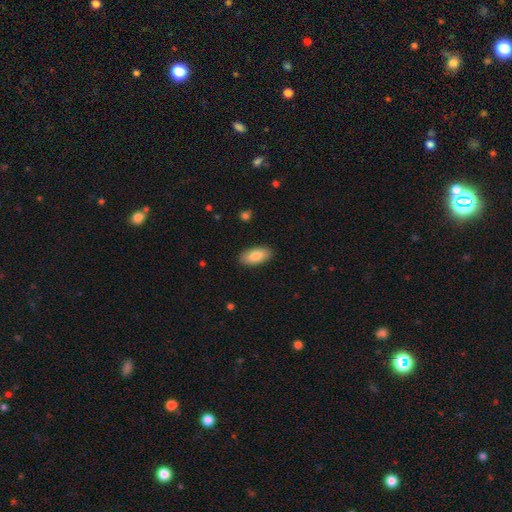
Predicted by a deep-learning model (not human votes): Smooth or featured? smooth (84%)
How rounded? in between (91%)
Merging? none (89%)